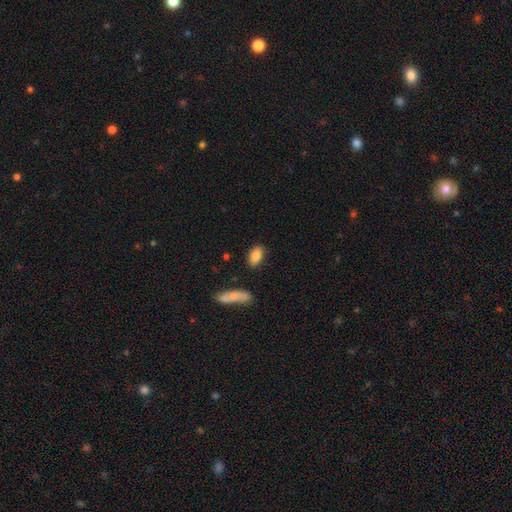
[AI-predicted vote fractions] smooth 86%, star or artifact 7%, featured or disk 7%. Down the decision tree: how rounded — in between (90%); merging — none (83%).